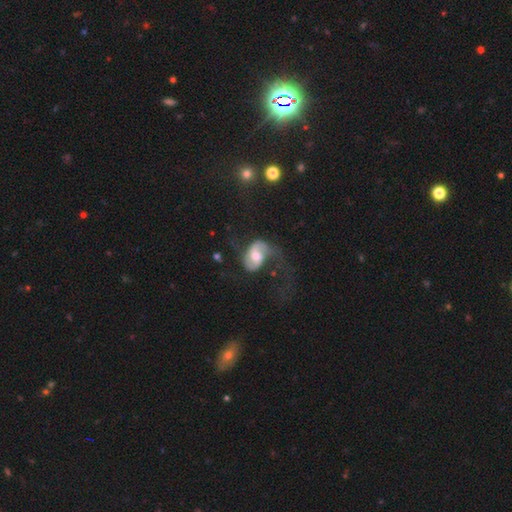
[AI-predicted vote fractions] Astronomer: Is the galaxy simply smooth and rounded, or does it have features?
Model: featured or disk — 74%.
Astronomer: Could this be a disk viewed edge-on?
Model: no — 97%.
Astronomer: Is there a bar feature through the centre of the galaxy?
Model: no — 43% (runner-up: weak, 40%).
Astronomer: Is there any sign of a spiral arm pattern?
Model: yes — 89%.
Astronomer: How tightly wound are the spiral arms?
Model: loose — 61%.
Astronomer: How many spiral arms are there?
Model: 2 — 82%.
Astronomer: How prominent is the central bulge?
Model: moderate — 67%.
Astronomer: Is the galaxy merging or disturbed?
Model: major disturbance — 39%, tied with none at 39%.